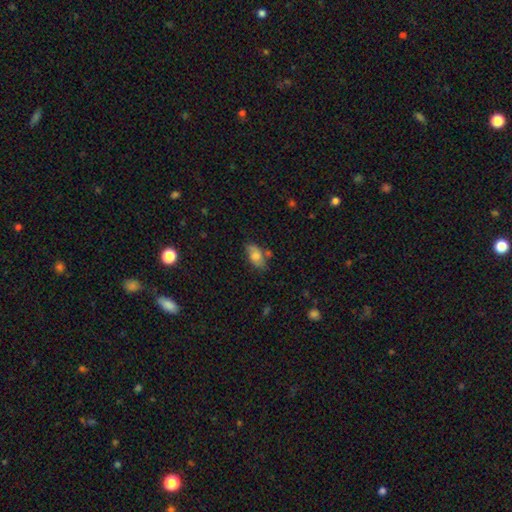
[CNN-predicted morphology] Smooth or featured?
  - smooth: 71% *
  - featured or disk: 20%
  - star or artifact: 9%
How rounded?
  - in between: 90% *
  - round: 6%
  - cigar-shaped: 5%
Merging?
  - none: 58% *
  - minor disturbance: 26%
  - merger: 9%
  - major disturbance: 7%